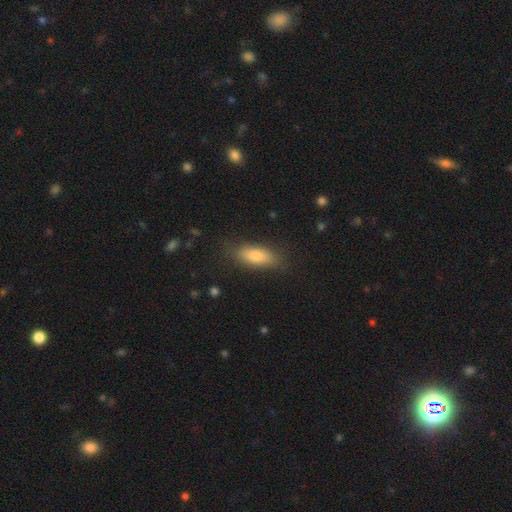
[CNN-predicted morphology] smooth 82%, featured or disk 10%, star or artifact 7%. Down the decision tree: how rounded — in between (71%); merging — none (83%).